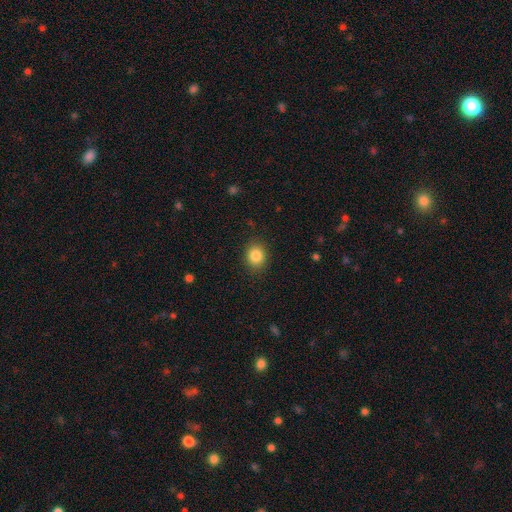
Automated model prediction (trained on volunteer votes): Morphology: type=smooth (85%); roundness=round (61%); merging=none (87%).